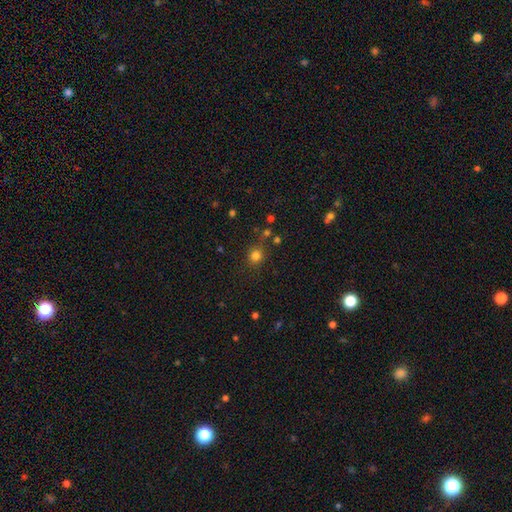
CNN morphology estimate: The model was most divided on "smooth or featured": smooth: 79%, star or artifact: 15%, featured or disk: 5%. More confident: how rounded — round (89%); merging — none (81%).